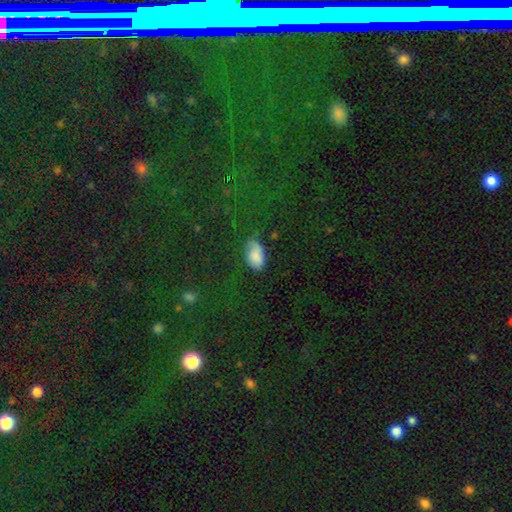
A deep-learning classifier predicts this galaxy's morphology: smooth 77%, featured or disk 12%, star or artifact 11%. Down the decision tree: how rounded — in between (94%); merging — none (61%).